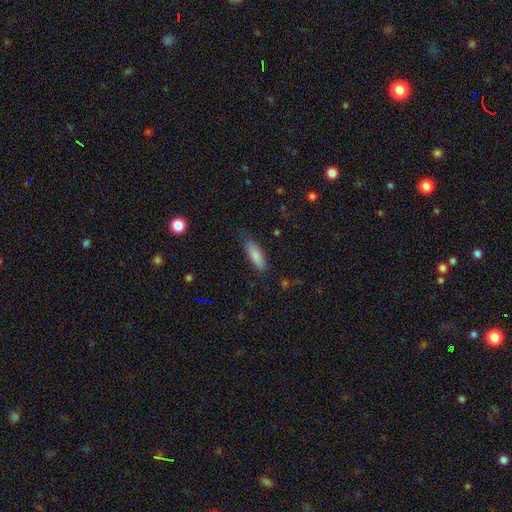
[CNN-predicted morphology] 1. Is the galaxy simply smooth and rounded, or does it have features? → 86% smooth, 7% featured or disk, 7% star or artifact.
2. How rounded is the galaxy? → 58% in between, 41% cigar-shaped, 2% round.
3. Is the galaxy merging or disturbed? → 74% none, 20% minor disturbance, 4% major disturbance, 2% merger.